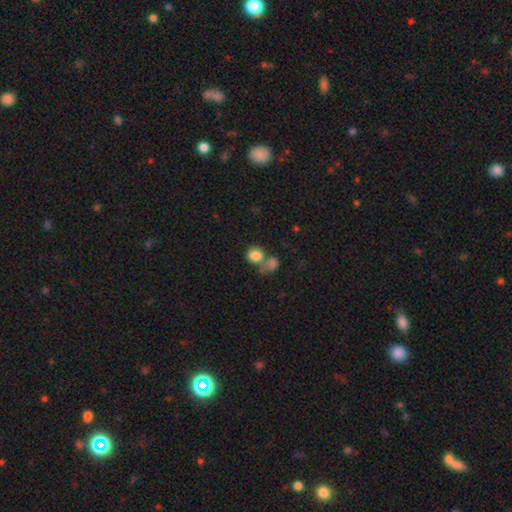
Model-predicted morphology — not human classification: Smooth or featured?
  - smooth: 82% *
  - star or artifact: 10%
  - featured or disk: 8%
How rounded?
  - round: 69% *
  - in between: 30%
  - cigar-shaped: 1%
Merging?
  - merger: 44% *
  - none: 39%
  - minor disturbance: 11%
  - major disturbance: 7%